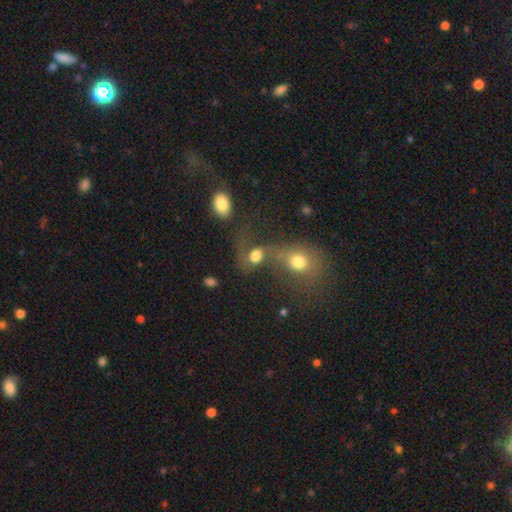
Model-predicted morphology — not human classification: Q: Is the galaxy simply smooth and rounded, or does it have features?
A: smooth — 61%.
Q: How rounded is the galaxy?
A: in between — 56%.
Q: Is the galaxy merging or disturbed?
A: merger — 56%.